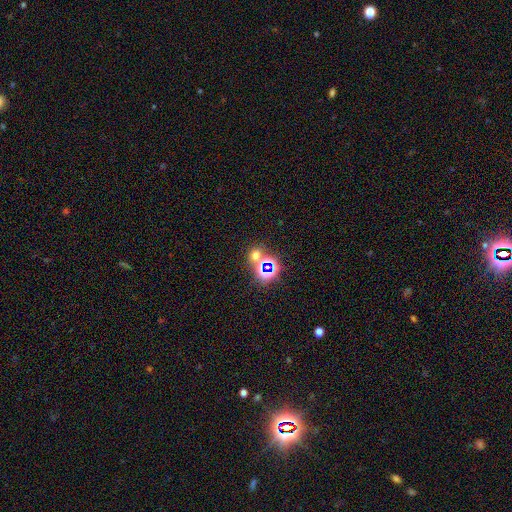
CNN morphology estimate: Smooth or featured: star or artifact — 49% (smooth — 43%)